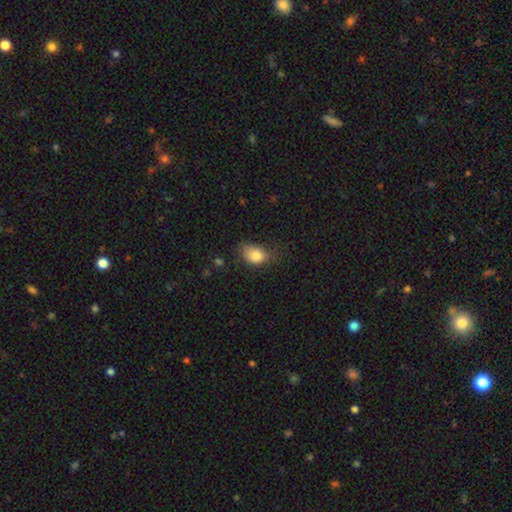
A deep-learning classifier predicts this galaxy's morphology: This appears to be a smooth galaxy with no disk features (82%) that is in between round and cigar-shaped (73%). Merging: none (44%).